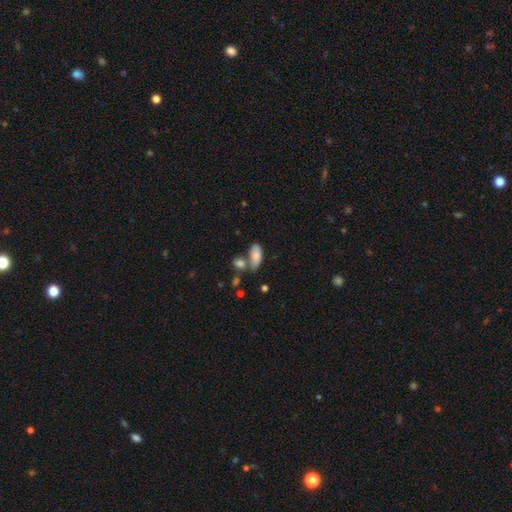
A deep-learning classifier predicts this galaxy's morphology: A smooth galaxy with no disk features (79%) that is in between round and cigar-shaped (87%). Merging: none (45%).